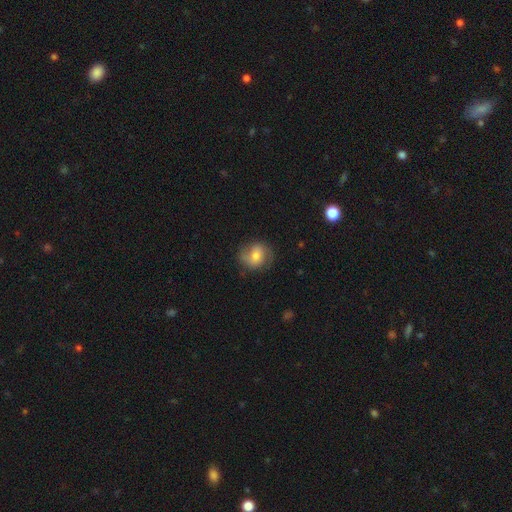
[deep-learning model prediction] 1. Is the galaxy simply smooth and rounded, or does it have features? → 49% smooth, 43% featured or disk, 8% star or artifact.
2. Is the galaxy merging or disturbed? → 70% none, 20% minor disturbance, 8% major disturbance, 1% merger.